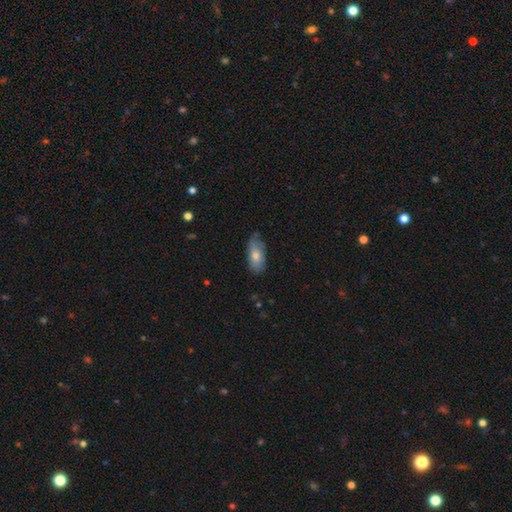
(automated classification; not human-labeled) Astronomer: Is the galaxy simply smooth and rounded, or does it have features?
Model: smooth — 60%.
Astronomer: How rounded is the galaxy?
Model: in between — 84%.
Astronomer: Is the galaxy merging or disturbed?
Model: none — 65%.